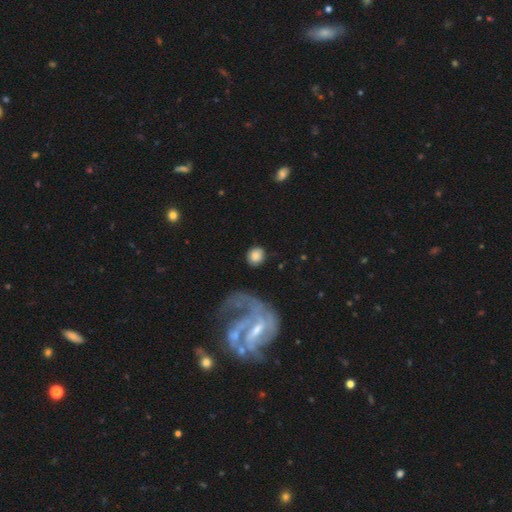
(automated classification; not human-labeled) The model was most divided on "smooth or featured": smooth: 75%, featured or disk: 16%, star or artifact: 8%. More confident: how rounded — round (80%); merging — none (75%).